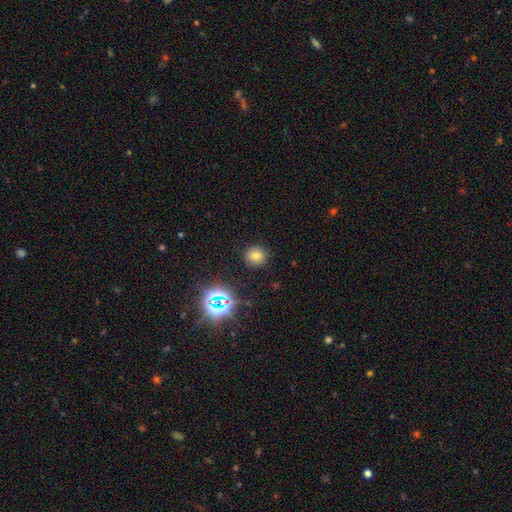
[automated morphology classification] A smooth galaxy with no disk features (70%) that is round (87%). Merging: none (89%).